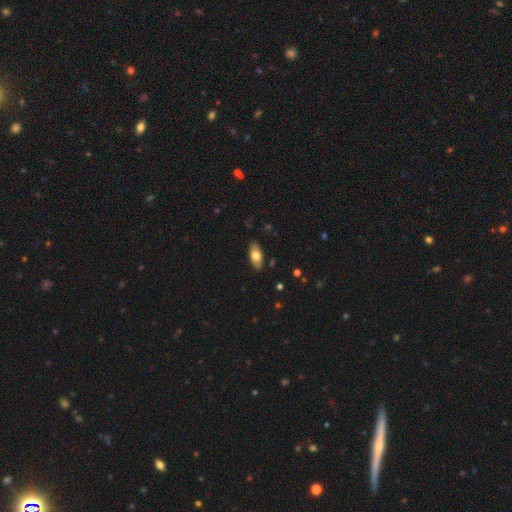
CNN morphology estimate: The model was most divided on "smooth or featured": smooth: 75%, featured or disk: 19%, star or artifact: 6%. More confident: how rounded — in between (89%); merging — none (86%).